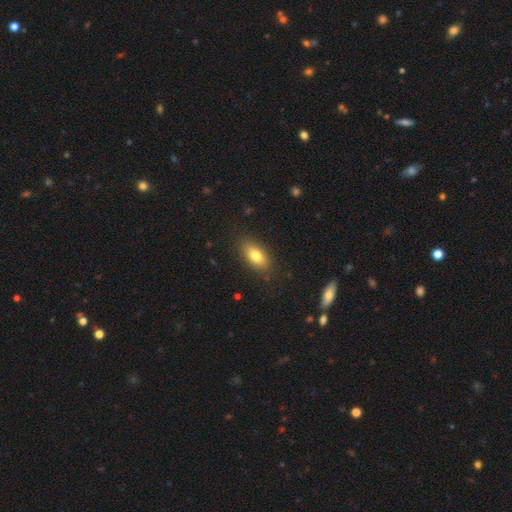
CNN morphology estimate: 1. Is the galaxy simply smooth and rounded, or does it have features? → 79% smooth, 13% featured or disk, 8% star or artifact.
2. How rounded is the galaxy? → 86% in between, 8% cigar-shaped, 6% round.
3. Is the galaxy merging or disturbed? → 85% none, 11% minor disturbance, 3% major disturbance, 1% merger.